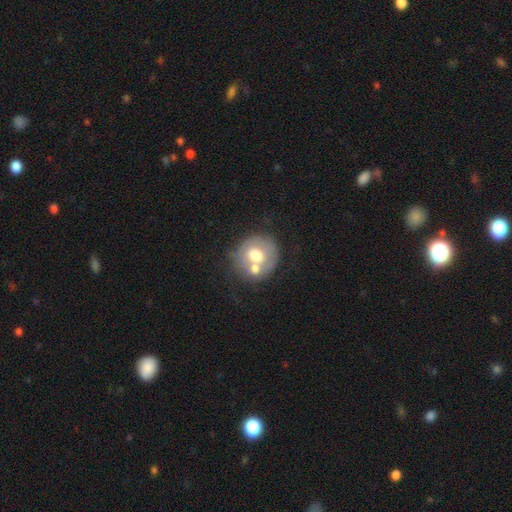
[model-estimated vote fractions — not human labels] Q: Smooth or featured?
A: smooth (53%); runner-up: featured or disk (39%)
Q: How rounded?
A: round (83%); runner-up: in between (16%)
Q: Merging?
A: none (43%); runner-up: merger (34%)